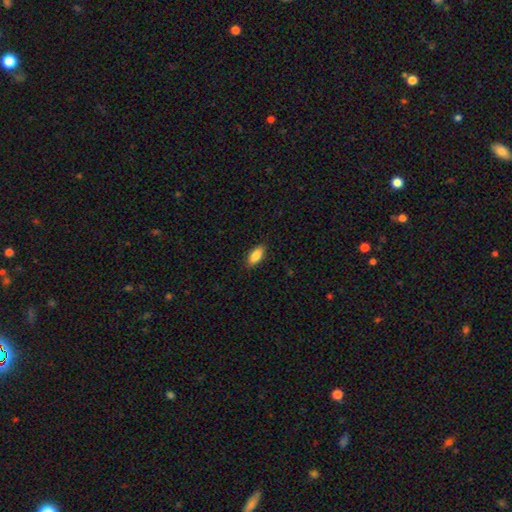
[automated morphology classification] Smooth or featured? Predicted: smooth (p=0.86). How rounded? Predicted: in between (p=0.86). Merging? Predicted: none (p=0.88).